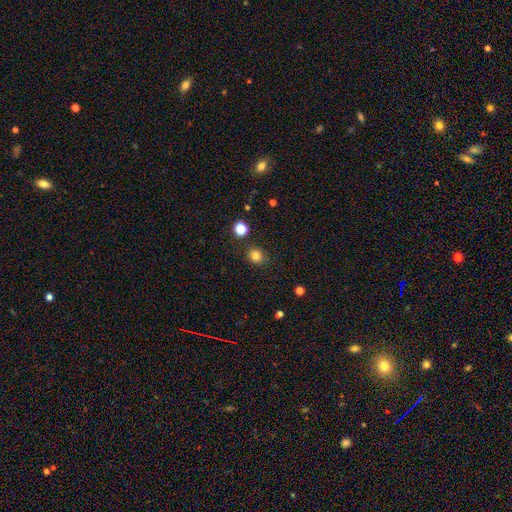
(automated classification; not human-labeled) Q: Smooth or featured?
A: smooth (82%); runner-up: star or artifact (13%)
Q: How rounded?
A: round (78%); runner-up: in between (21%)
Q: Merging?
A: none (87%); runner-up: minor disturbance (8%)